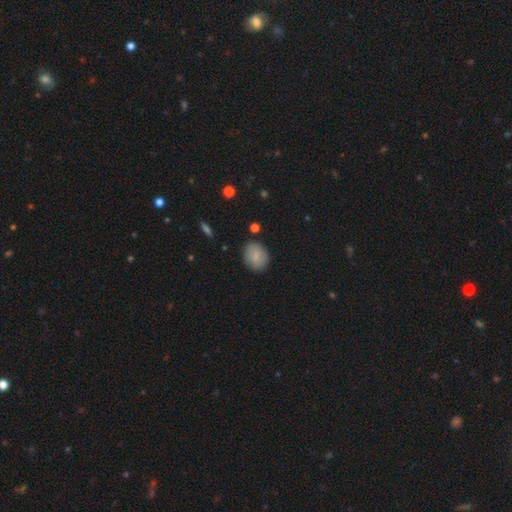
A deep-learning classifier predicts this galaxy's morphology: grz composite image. It shows a smooth galaxy with no disk features (82%) that is round (55%). Merging: none (85%).